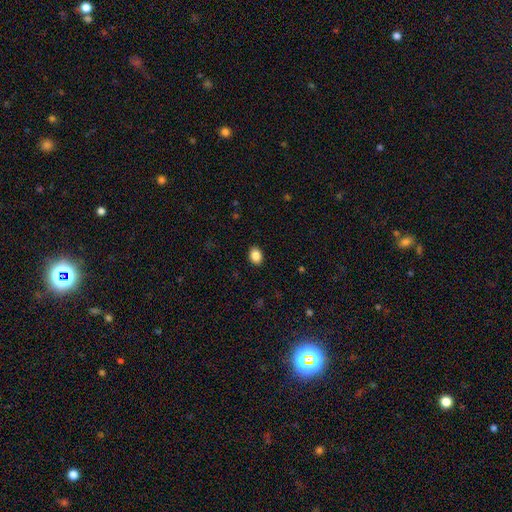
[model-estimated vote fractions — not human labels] Smooth or featured?
  - smooth: 88% *
  - star or artifact: 9%
  - featured or disk: 4%
How rounded?
  - in between: 62% *
  - round: 37%
  - cigar-shaped: 1%
Merging?
  - none: 90% *
  - minor disturbance: 7%
  - major disturbance: 2%
  - merger: 1%